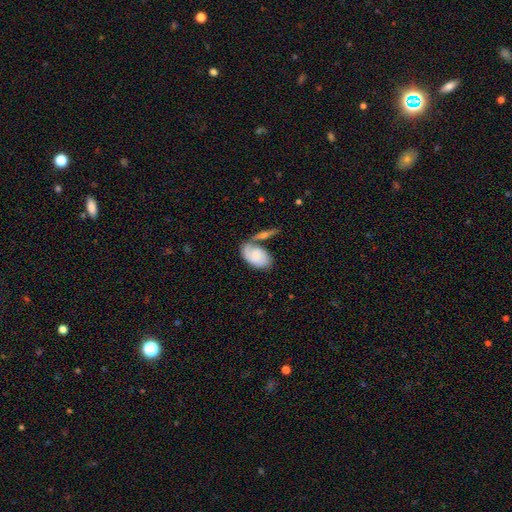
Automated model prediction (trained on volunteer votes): smooth 59%, featured or disk 34%, star or artifact 7%. Down the decision tree: how rounded — in between (92%); merging — none (38%).